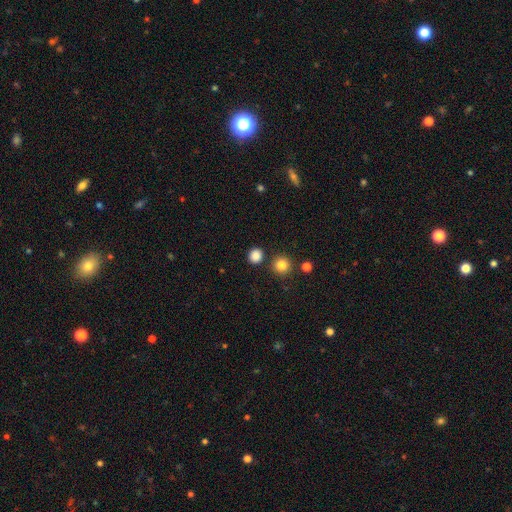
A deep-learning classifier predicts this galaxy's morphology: This is clearly a smooth galaxy (85%). How rounded: clearly round (89%). Merging: clearly none (85%).